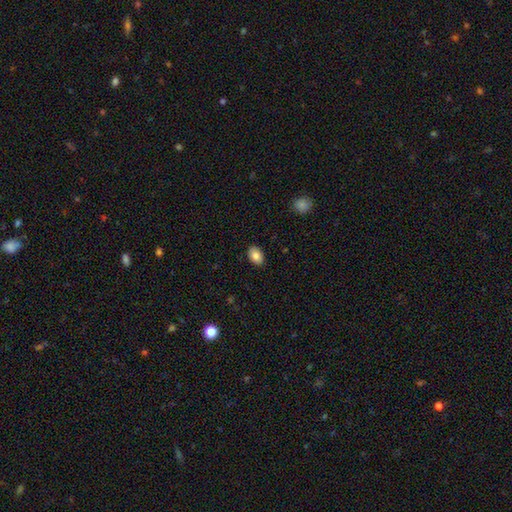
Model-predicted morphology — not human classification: This appears to be a smooth galaxy with no disk features (85%) that is in between round and cigar-shaped (85%). Merging: none (88%).